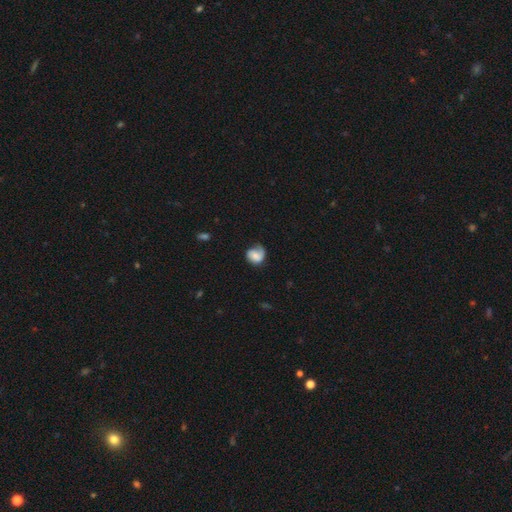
Morphology: type=featured or disk (51%); edge-on=no (100%); bar=no (55%); spiral arms=yes (85%); winding=loose (41%); arm count=1 (53%); bulge=small (45%); merging=none (46%).